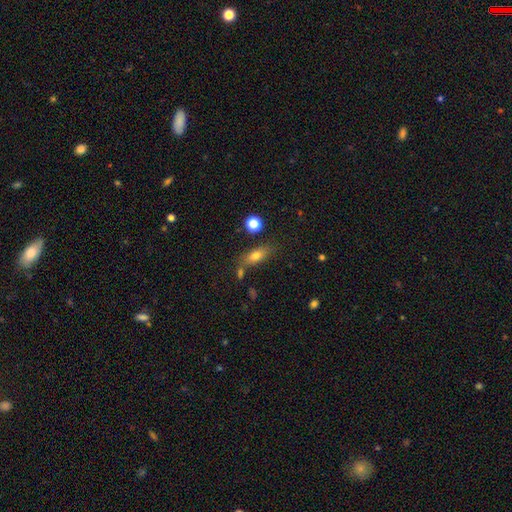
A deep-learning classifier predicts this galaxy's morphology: Q: Smooth or featured?
A: smooth (73%); runner-up: featured or disk (16%)
Q: How rounded?
A: in between (72%); runner-up: cigar-shaped (20%)
Q: Merging?
A: none (66%); runner-up: minor disturbance (16%)